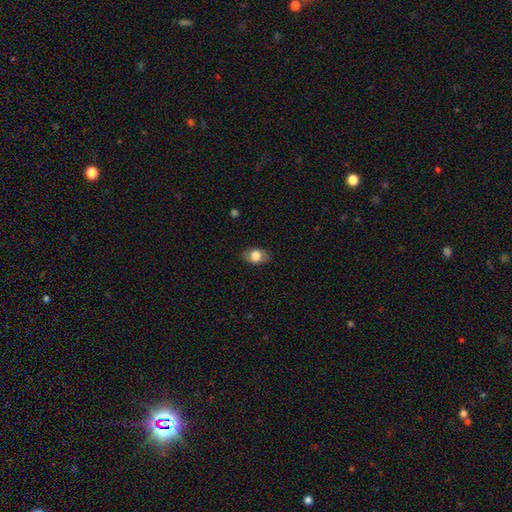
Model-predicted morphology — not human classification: Q: Smooth or featured?
A: smooth (74%); runner-up: featured or disk (18%)
Q: How rounded?
A: in between (84%); runner-up: round (14%)
Q: Merging?
A: none (82%); runner-up: minor disturbance (13%)